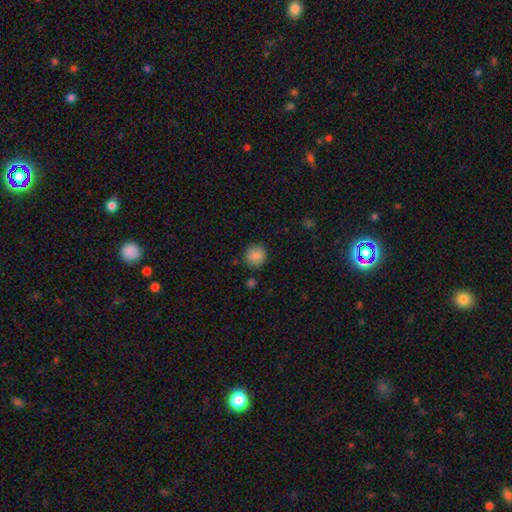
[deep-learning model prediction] smooth-or-featured: smooth: 87% | star or artifact: 9% | featured or disk: 4%
  how-rounded: round: 94% | in between: 5% | cigar-shaped: 1%
  merging: none: 88% | minor disturbance: 8% | merger: 2% | major disturbance: 2%